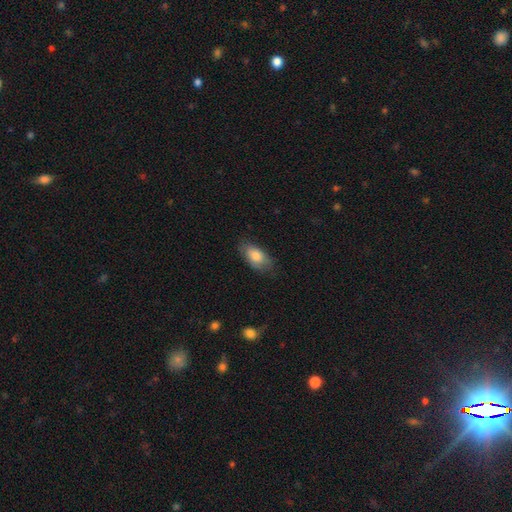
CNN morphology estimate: smooth 79%, featured or disk 14%, star or artifact 6%. Down the decision tree: how rounded — in between (91%); merging — none (74%).